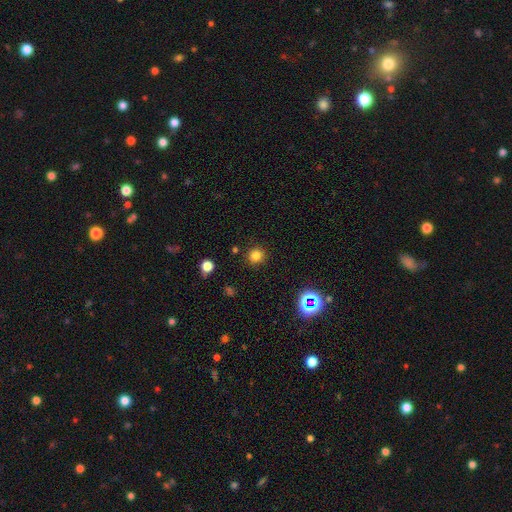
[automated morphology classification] type=smooth (80%); roundness=round (93%); merging=none (89%).